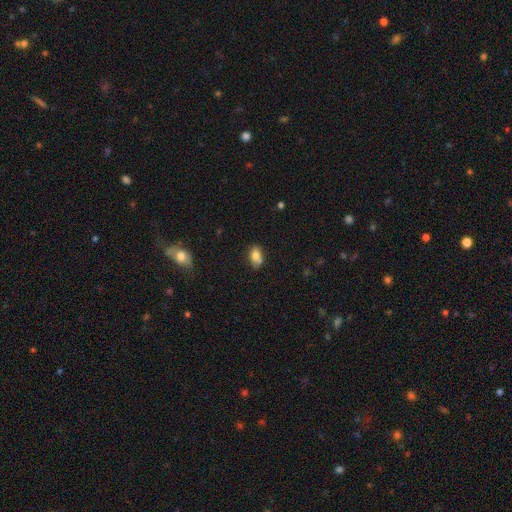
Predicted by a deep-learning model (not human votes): Smooth or featured: smooth — 75% (featured or disk — 15%)
How rounded: in between — 82% (round — 15%)
Merging: none — 49% (merger — 22%)